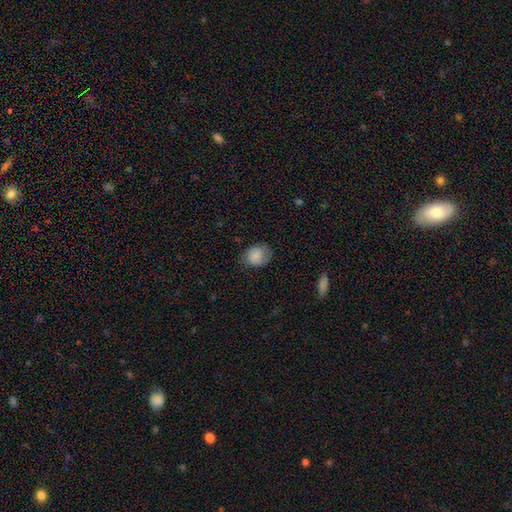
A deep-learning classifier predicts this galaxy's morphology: A smooth galaxy with no disk features (79%) that is round (54%). Merging: none (66%).